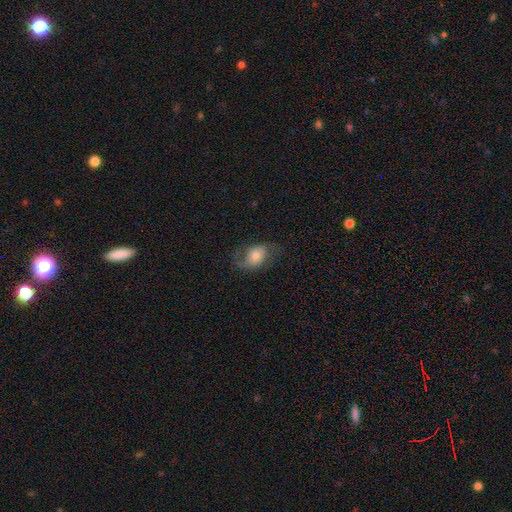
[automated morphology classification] This is possibly a smooth galaxy (53%). How rounded: likely in between (77%). Merging: likely none (61%).